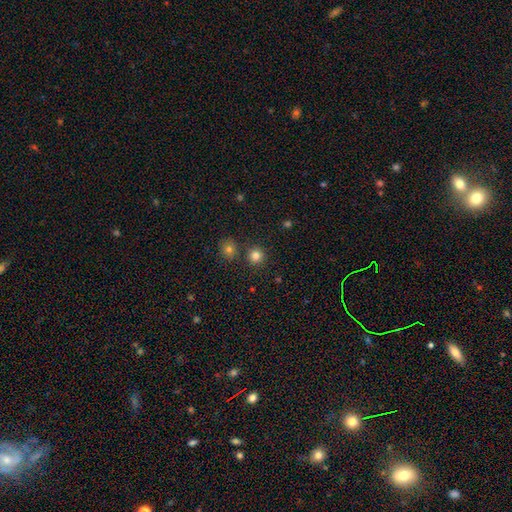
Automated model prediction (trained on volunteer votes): Smooth or featured: smooth — 81% (star or artifact — 14%)
How rounded: round — 94% (in between — 5%)
Merging: none — 85% (merger — 7%)